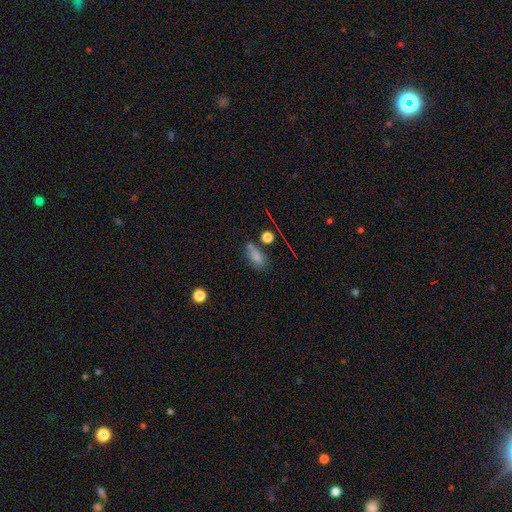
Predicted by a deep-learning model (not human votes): Smooth or featured?
  - smooth: 75% *
  - star or artifact: 15%
  - featured or disk: 10%
How rounded?
  - in between: 80% *
  - cigar-shaped: 12%
  - round: 9%
Merging?
  - none: 57% *
  - minor disturbance: 22%
  - merger: 12%
  - major disturbance: 8%